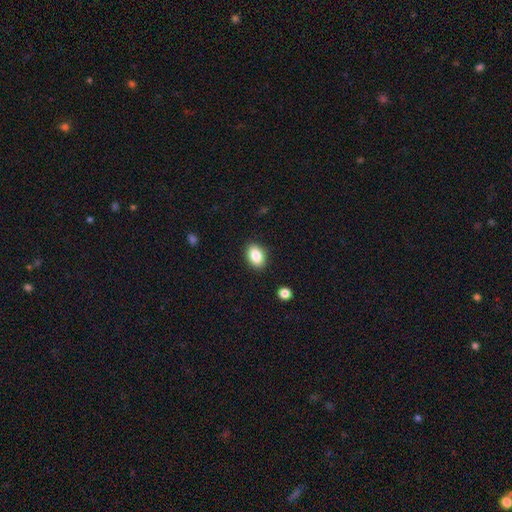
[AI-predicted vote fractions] Smooth or featured? smooth (86%)
How rounded? in between (87%)
Merging? none (89%)